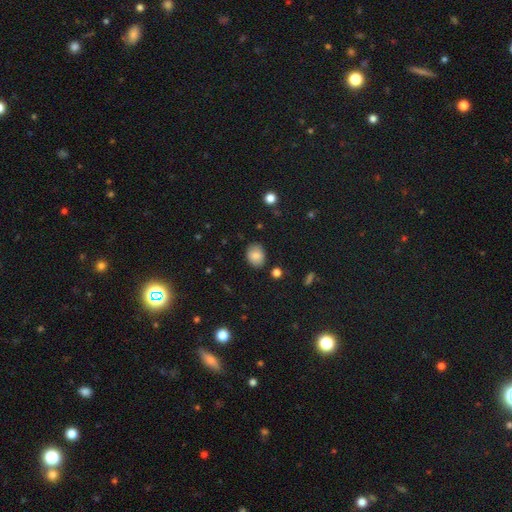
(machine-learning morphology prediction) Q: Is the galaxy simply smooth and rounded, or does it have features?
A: smooth — 85%.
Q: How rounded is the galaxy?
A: in between — 56%.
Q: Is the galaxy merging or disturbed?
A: none — 83%.